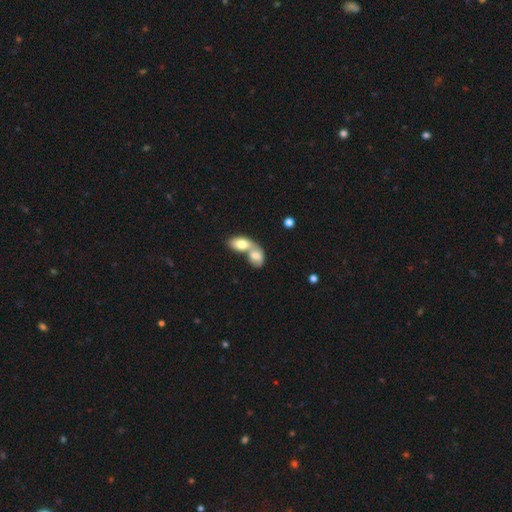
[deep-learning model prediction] smooth_or_featured: smooth (p=0.74) [alt: featured or disk p=0.19]
how_rounded: in between (p=0.83) [alt: round p=0.14]
merging: merger (p=0.77) [alt: none p=0.14]